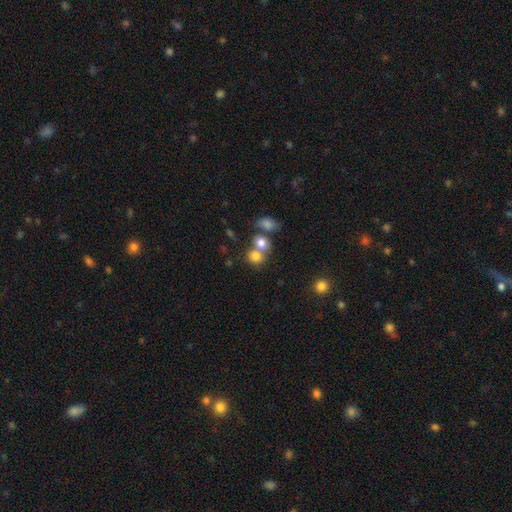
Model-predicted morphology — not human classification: smooth_or_featured: smooth (p=0.78) [alt: star or artifact p=0.11]
how_rounded: round (p=0.71) [alt: in between p=0.28]
merging: merger (p=0.48) [alt: none p=0.39]